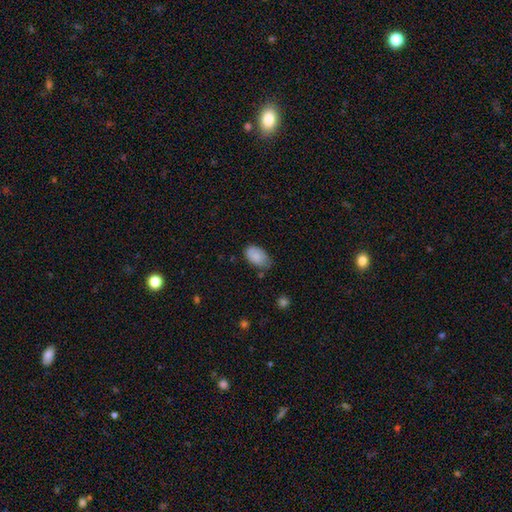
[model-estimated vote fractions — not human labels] Smooth or featured?
  - smooth: 83% *
  - featured or disk: 10%
  - star or artifact: 7%
How rounded?
  - in between: 93% *
  - round: 6%
  - cigar-shaped: 1%
Merging?
  - none: 57% *
  - minor disturbance: 34%
  - major disturbance: 6%
  - merger: 3%